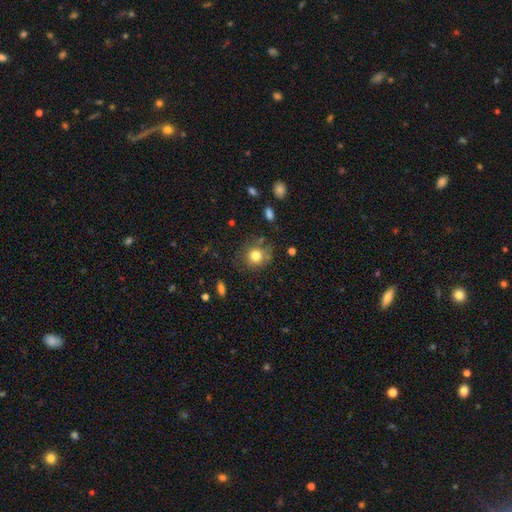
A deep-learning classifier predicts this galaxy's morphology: smooth 78%, star or artifact 11%, featured or disk 11%. Down the decision tree: how rounded — round (85%); merging — none (74%).